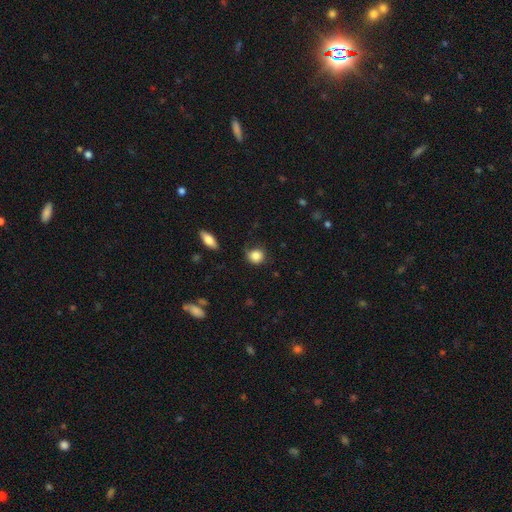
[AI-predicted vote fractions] smooth_or_featured: smooth (p=0.85) [alt: star or artifact p=0.09]
how_rounded: round (p=0.81) [alt: in between p=0.18]
merging: none (p=0.67) [alt: minor disturbance p=0.25]